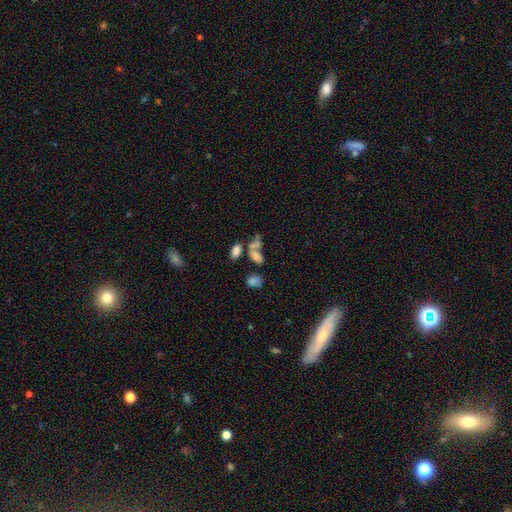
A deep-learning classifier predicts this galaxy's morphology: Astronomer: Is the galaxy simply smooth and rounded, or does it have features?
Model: smooth — 65%.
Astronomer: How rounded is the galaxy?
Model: in between — 82%.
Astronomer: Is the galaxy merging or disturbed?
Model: merger — 45% (runner-up: none, 32%).